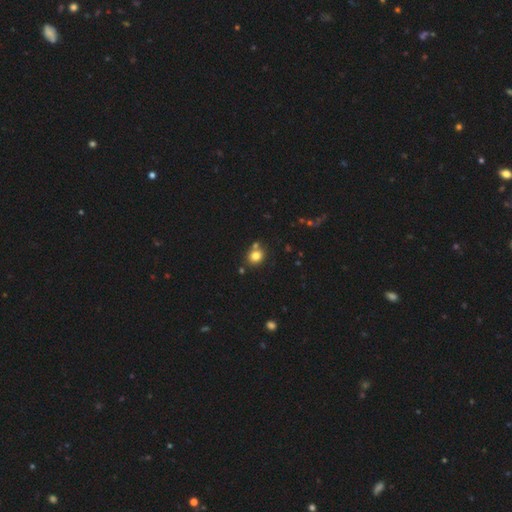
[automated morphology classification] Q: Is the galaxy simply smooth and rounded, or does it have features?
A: smooth — 80%.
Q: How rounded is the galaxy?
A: round — 72%.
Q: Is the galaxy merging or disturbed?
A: none — 71%.